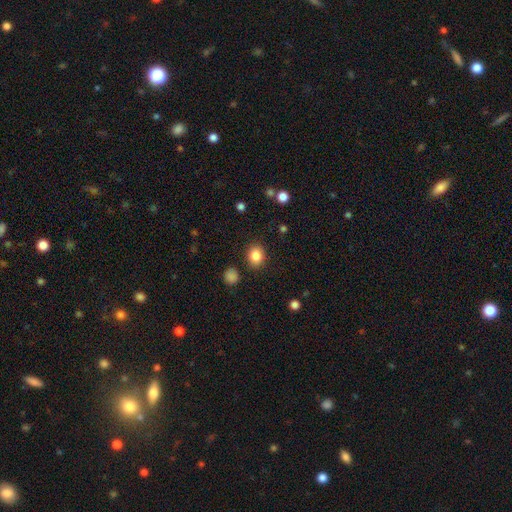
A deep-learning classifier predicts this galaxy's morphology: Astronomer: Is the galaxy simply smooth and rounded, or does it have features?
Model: smooth — 86%.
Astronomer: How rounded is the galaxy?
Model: round — 58% (runner-up: in between, 41%).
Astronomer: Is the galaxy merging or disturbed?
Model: none — 86%.